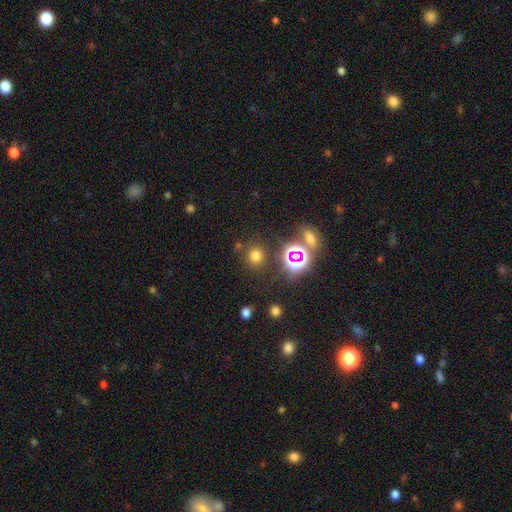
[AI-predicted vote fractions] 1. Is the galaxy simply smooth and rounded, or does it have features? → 65% smooth, 28% star or artifact, 7% featured or disk.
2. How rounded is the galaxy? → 87% round, 12% in between, 1% cigar-shaped.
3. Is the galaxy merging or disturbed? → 81% none, 9% minor disturbance, 6% merger, 4% major disturbance.